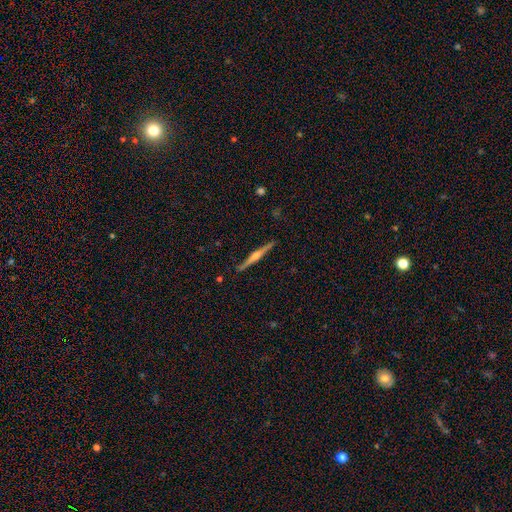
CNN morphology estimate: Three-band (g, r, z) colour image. It shows a featured or disk galaxy (79%) viewed edge-on (99%) with a rounded central bulge (83%). Merging: none (91%).